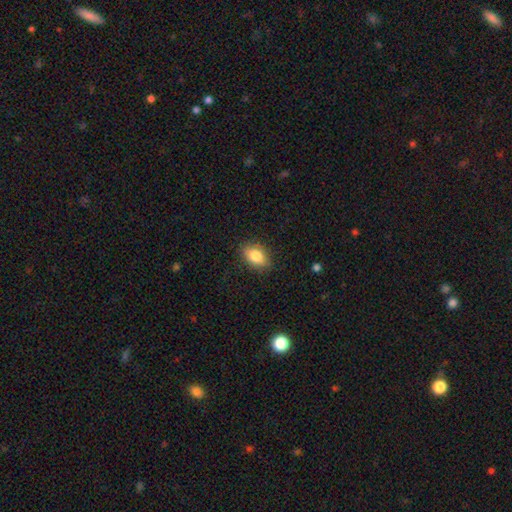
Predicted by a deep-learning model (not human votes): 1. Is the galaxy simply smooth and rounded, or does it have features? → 82% smooth, 10% featured or disk, 8% star or artifact.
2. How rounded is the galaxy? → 85% in between, 12% round, 3% cigar-shaped.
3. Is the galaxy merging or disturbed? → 85% none, 11% minor disturbance, 2% major disturbance, 1% merger.